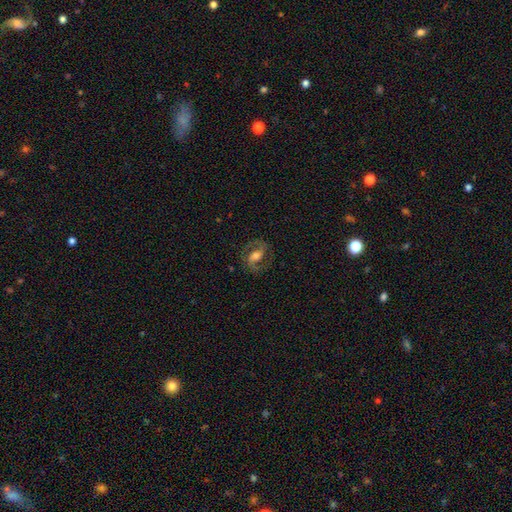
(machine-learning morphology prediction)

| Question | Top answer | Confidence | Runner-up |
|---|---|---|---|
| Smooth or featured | featured or disk | 78% | smooth (15%) |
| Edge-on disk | no | 96% | yes (4%) |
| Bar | weak | 38% | strong (37%) |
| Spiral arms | yes | 91% | no (9%) |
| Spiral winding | medium | 55% | loose (23%) |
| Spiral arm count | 2 | 90% | can't tell (4%) |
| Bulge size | moderate | 66% | small (19%) |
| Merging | none | 78% | minor disturbance (13%) |